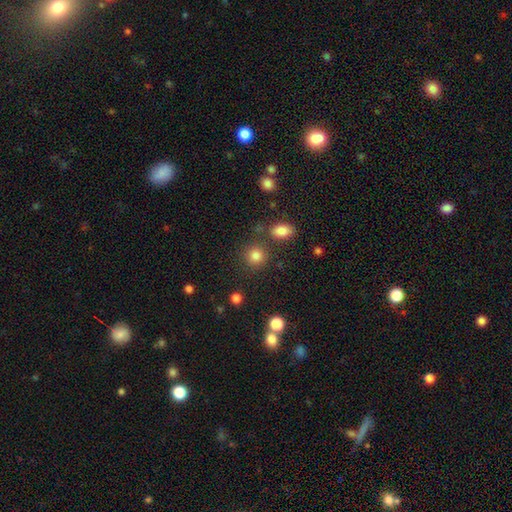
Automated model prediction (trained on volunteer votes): A smooth galaxy with no disk features (83%) that is round (88%).

Vote fractions:
- Smooth or featured? smooth: 83% / star or artifact: 12% / featured or disk: 5%
- How rounded? round: 88% / in between: 11% / cigar-shaped: 1%
- Merging? none: 80% / minor disturbance: 9% / merger: 8% / major disturbance: 4%